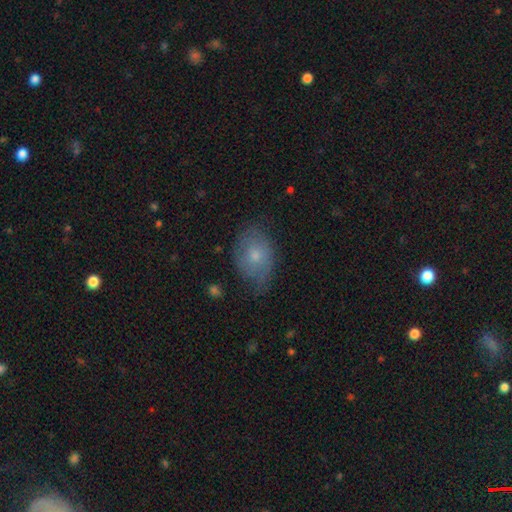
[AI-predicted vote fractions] This is possibly a smooth galaxy (59%). How rounded: likely in between (73%). Merging: possibly none (58%).